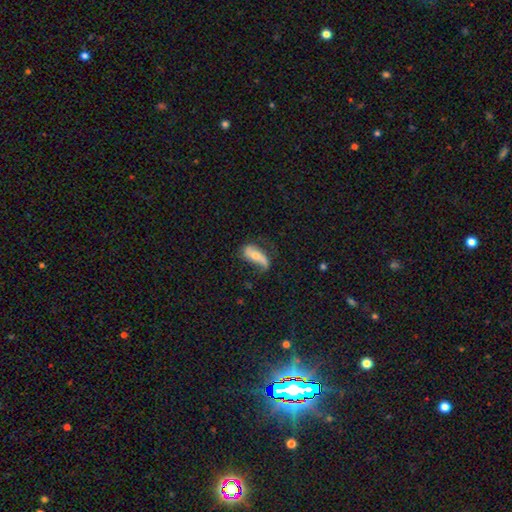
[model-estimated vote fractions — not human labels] A featured or disk galaxy (53%). Merging: none (47%).